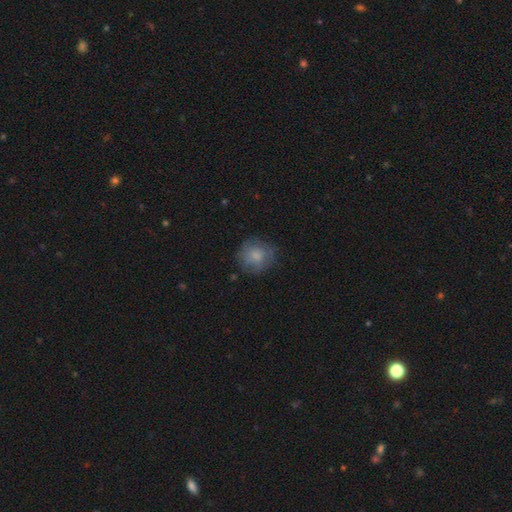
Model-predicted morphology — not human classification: Smooth or featured? Predicted: smooth (p=0.76). How rounded? Predicted: round (p=0.89). Merging? Predicted: none (p=0.74).